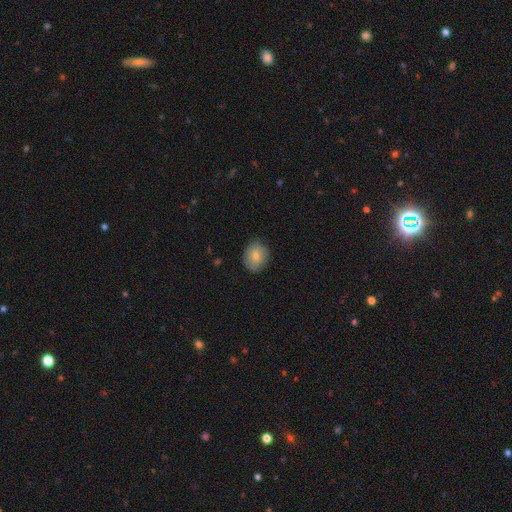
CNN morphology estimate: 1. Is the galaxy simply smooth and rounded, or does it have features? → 77% smooth, 16% featured or disk, 8% star or artifact.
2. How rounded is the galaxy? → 60% round, 38% in between, 1% cigar-shaped.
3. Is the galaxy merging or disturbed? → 82% none, 14% minor disturbance, 3% major disturbance, 1% merger.